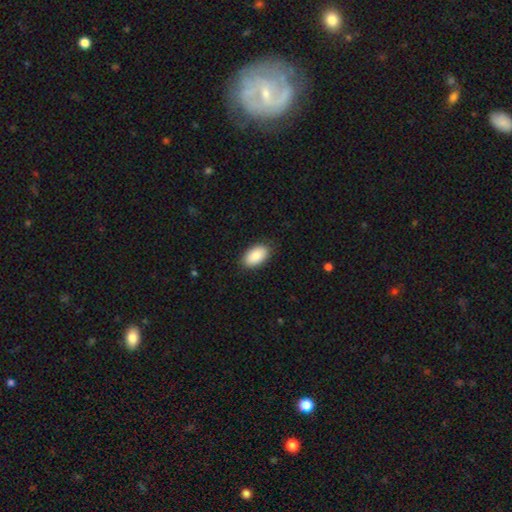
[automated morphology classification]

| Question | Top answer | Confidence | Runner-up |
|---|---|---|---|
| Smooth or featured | smooth | 89% | star or artifact (6%) |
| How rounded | in between | 95% | round (4%) |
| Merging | none | 87% | minor disturbance (10%) |